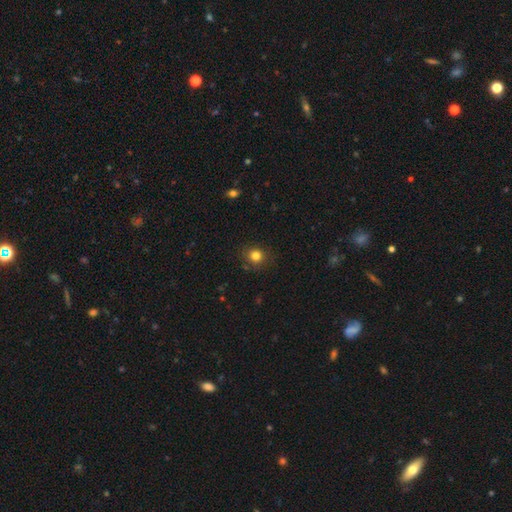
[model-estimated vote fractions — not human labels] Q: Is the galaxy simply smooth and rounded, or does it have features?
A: smooth — 81%.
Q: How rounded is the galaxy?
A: round — 85%.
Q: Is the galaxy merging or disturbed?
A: none — 84%.